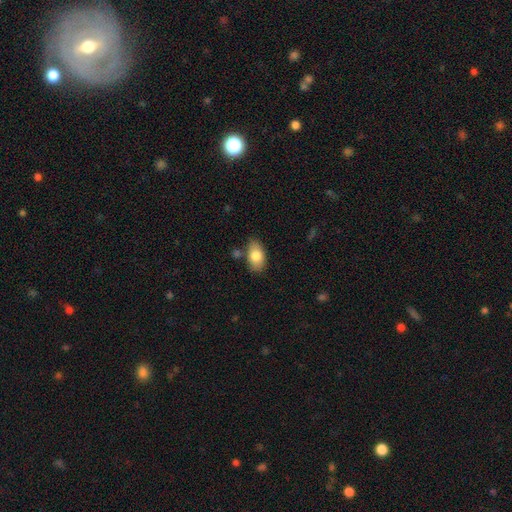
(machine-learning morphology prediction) The model was most divided on "merging": none: 76%, minor disturbance: 15%, merger: 6%, major disturbance: 3%. More confident: how rounded — in between (92%); smooth or featured — smooth (81%).